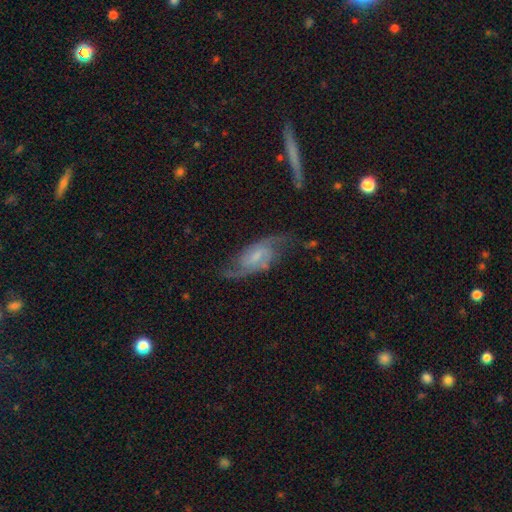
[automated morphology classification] A featured or disk galaxy (84%) with a weak bar (51%), 2 (89%) medium (47%) spiral arms (96%) and a small central bulge (50%). Merging: none (70%).